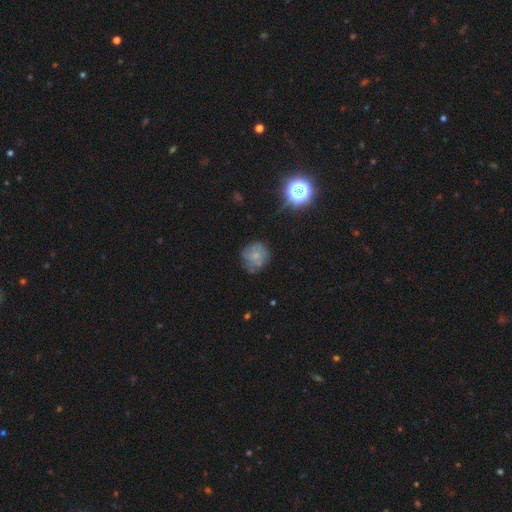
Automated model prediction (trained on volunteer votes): Overall: smooth (54%; featured or disk 30%). How rounded: round (84%). Merging: none (61%; minor disturbance 24%).